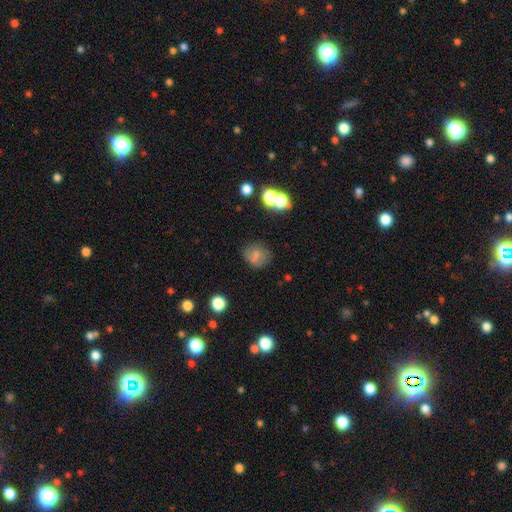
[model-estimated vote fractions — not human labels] Smooth or featured? smooth (69%)
How rounded? round (77%)
Merging? none (71%)